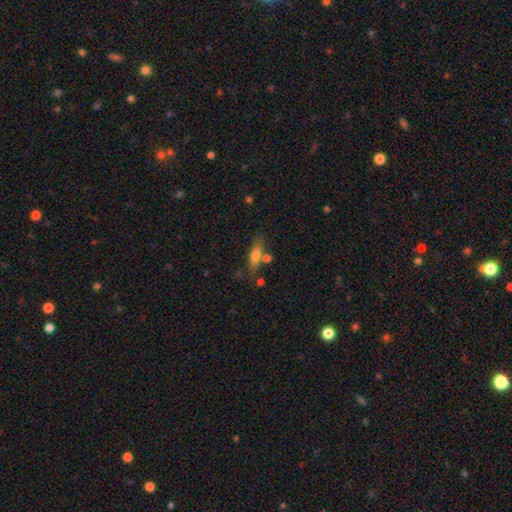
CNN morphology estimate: Smooth or featured?
  - smooth: 67% *
  - featured or disk: 24%
  - star or artifact: 9%
How rounded?
  - in between: 50% *
  - cigar-shaped: 46%
  - round: 4%
Merging?
  - none: 63% *
  - minor disturbance: 16%
  - merger: 15%
  - major disturbance: 6%